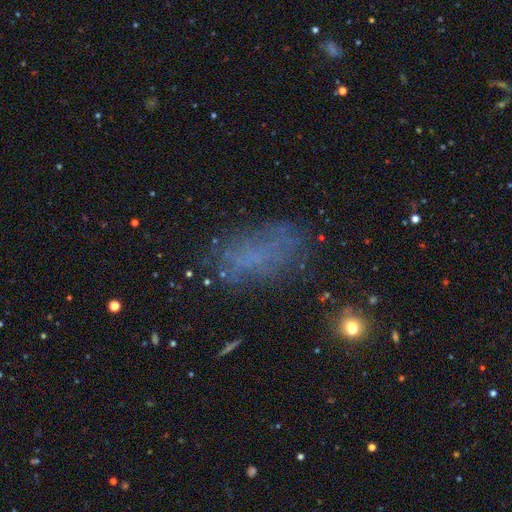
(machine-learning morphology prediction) type=smooth (50%); roundness=in between (86%); merging=none (64%).